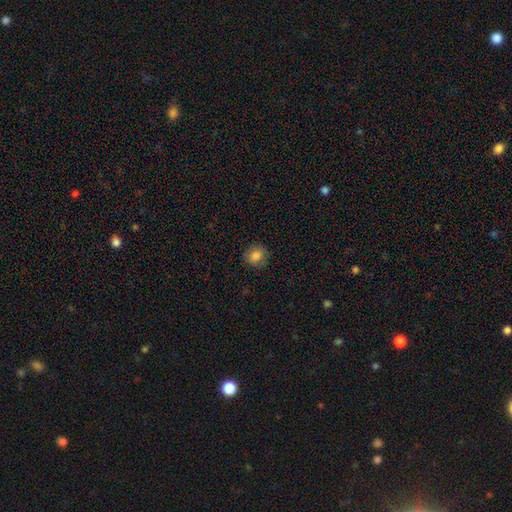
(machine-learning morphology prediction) Smooth or featured? smooth (84%)
How rounded? round (85%)
Merging? none (87%)